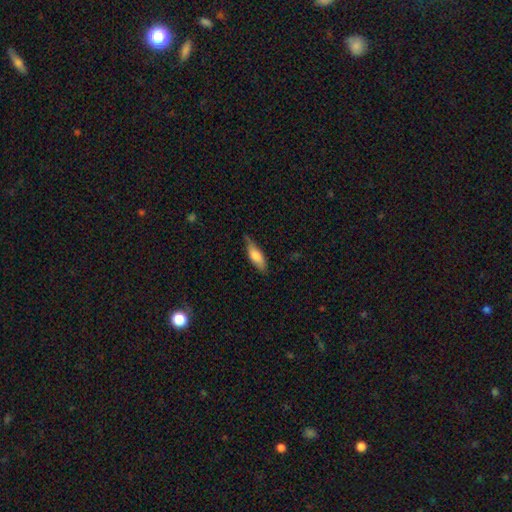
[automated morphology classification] Q: Smooth or featured?
A: smooth (71%); runner-up: featured or disk (23%)
Q: How rounded?
A: in between (55%); runner-up: cigar-shaped (43%)
Q: Merging?
A: none (71%); runner-up: minor disturbance (24%)